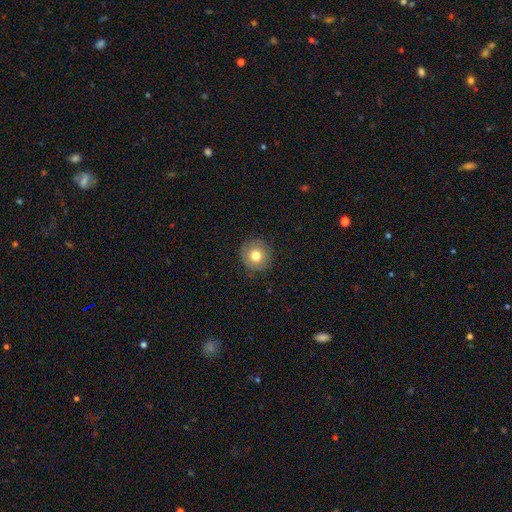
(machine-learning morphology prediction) Smooth or featured?
  - smooth: 75% *
  - featured or disk: 15%
  - star or artifact: 10%
How rounded?
  - round: 94% *
  - in between: 5%
  - cigar-shaped: 1%
Merging?
  - none: 87% *
  - minor disturbance: 9%
  - major disturbance: 3%
  - merger: 1%